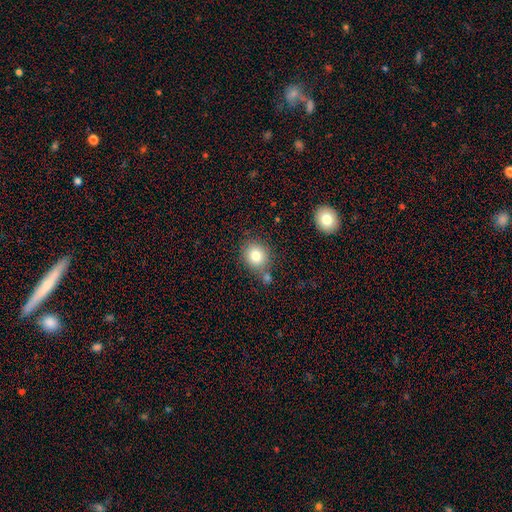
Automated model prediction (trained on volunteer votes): Smooth or featured?
  - smooth: 80% *
  - star or artifact: 11%
  - featured or disk: 9%
How rounded?
  - round: 80% *
  - in between: 19%
  - cigar-shaped: 1%
Merging?
  - none: 73% *
  - merger: 12%
  - minor disturbance: 12%
  - major disturbance: 3%